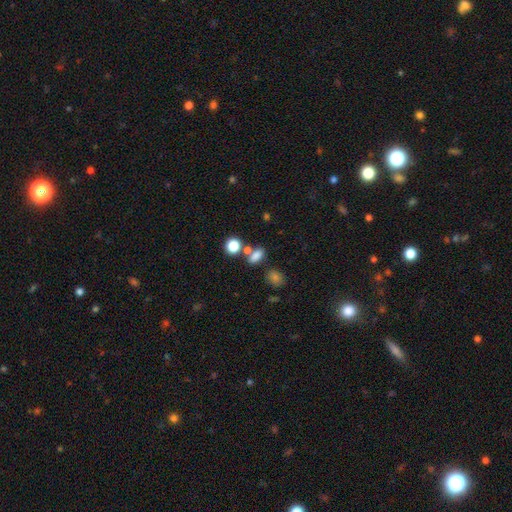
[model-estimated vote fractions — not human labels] Smooth or featured? Predicted: smooth (p=0.77). How rounded? Predicted: in between (p=0.70). Merging? Predicted: none (p=0.58).